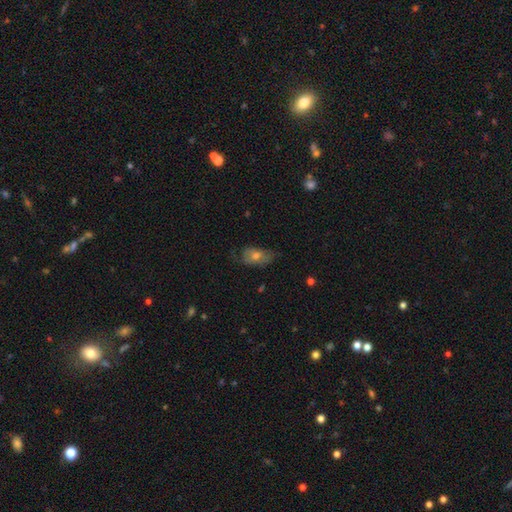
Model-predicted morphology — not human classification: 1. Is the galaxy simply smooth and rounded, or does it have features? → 58% smooth, 31% featured or disk, 11% star or artifact.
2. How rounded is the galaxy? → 85% in between, 12% round, 4% cigar-shaped.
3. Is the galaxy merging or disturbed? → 53% none, 32% minor disturbance, 13% major disturbance, 2% merger.